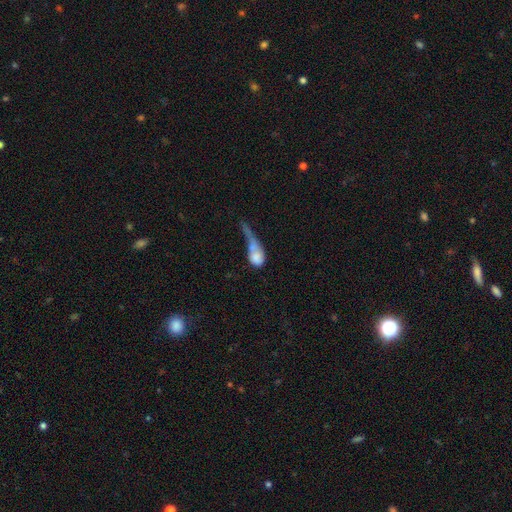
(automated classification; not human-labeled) Smooth or featured: smooth — 65% (featured or disk — 26%)
How rounded: in between — 59% (round — 31%)
Merging: major disturbance — 42% (merger — 31%)